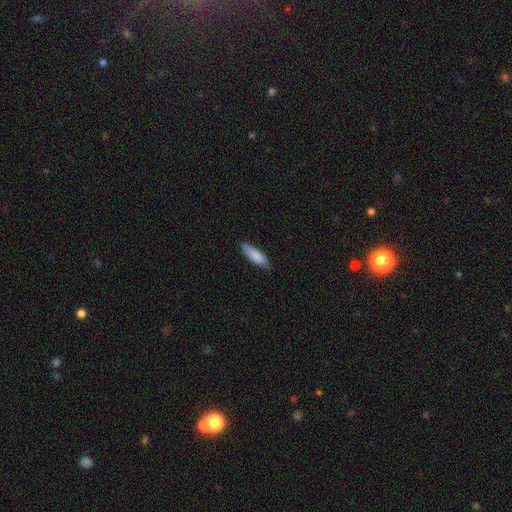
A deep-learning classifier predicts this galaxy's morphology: Smooth or featured?
  - smooth: 85% *
  - featured or disk: 10%
  - star or artifact: 5%
How rounded?
  - cigar-shaped: 56% *
  - in between: 43%
  - round: 1%
Merging?
  - none: 81% *
  - minor disturbance: 16%
  - major disturbance: 2%
  - merger: 1%